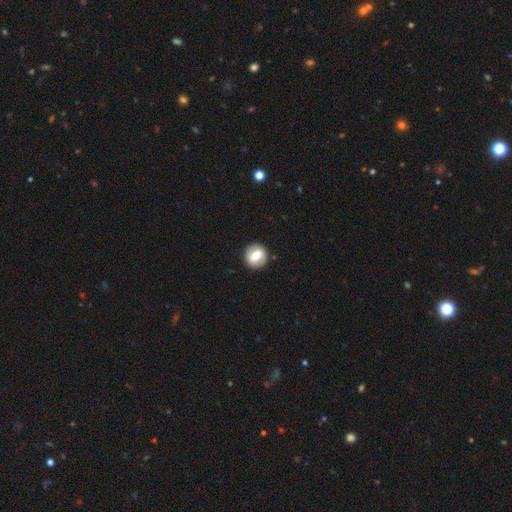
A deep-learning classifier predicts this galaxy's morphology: Smooth or featured: smooth — 59% (featured or disk — 33%)
How rounded: round — 84% (in between — 15%)
Merging: none — 89% (minor disturbance — 7%)